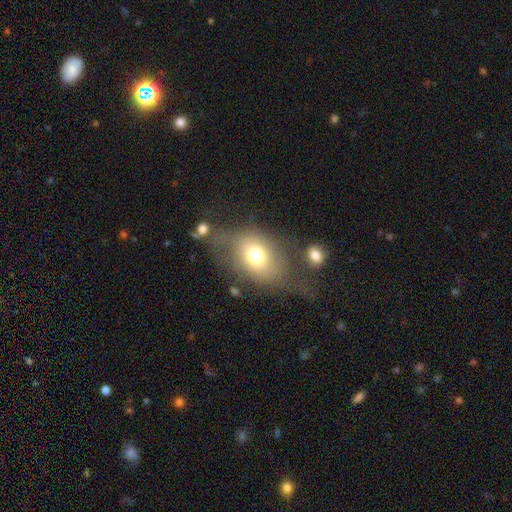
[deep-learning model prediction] The model was most divided on "merging": none: 44%, major disturbance: 25%, minor disturbance: 21%, merger: 9%. More confident: smooth or featured — smooth (64%); how rounded — in between (63%).